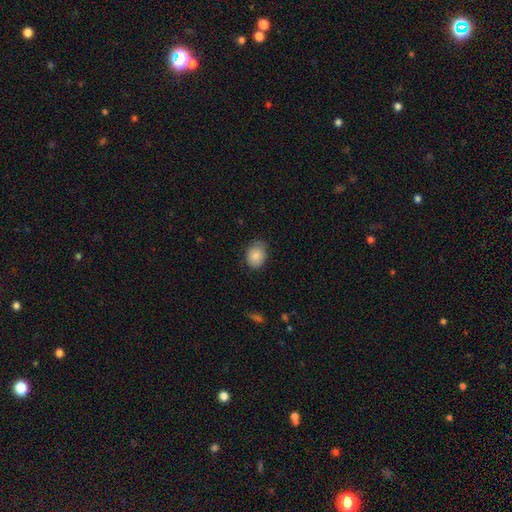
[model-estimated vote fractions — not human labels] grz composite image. It shows a smooth galaxy with no disk features (85%) that is in between round and cigar-shaped (51%). Merging: none (74%).